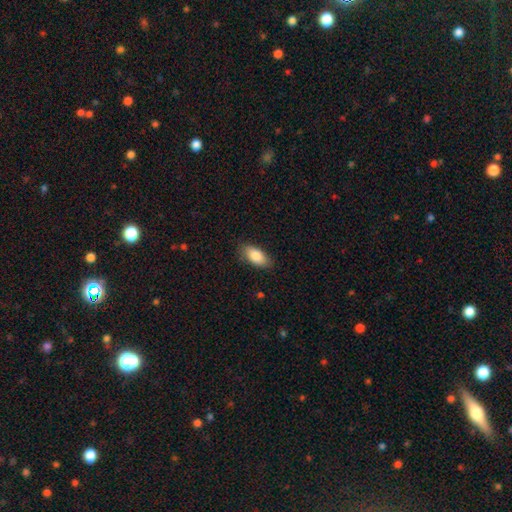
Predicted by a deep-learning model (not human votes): Smooth or featured?
  - smooth: 85% *
  - featured or disk: 8%
  - star or artifact: 6%
How rounded?
  - in between: 91% *
  - cigar-shaped: 6%
  - round: 3%
Merging?
  - none: 83% *
  - minor disturbance: 13%
  - major disturbance: 3%
  - merger: 1%